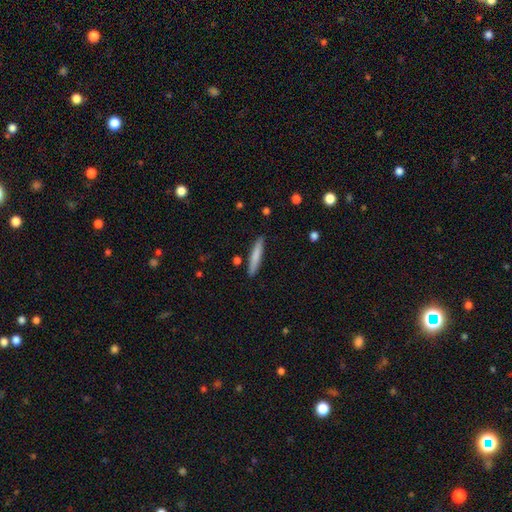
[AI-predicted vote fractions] Smooth or featured: smooth — 77% (featured or disk — 17%)
How rounded: cigar-shaped — 92% (in between — 7%)
Merging: none — 88% (minor disturbance — 8%)